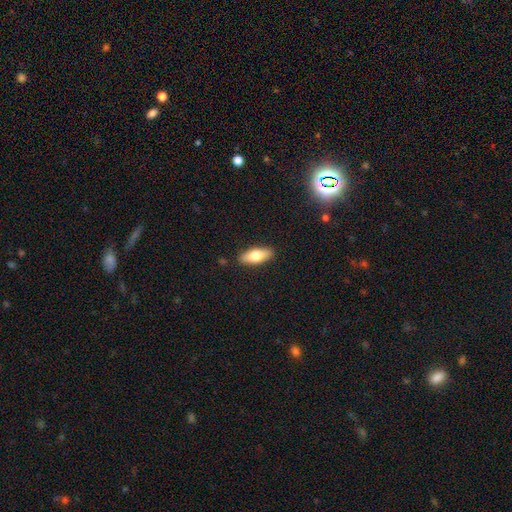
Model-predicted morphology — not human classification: Smooth or featured? Predicted: smooth (p=0.72). How rounded? Predicted: in between (p=0.74). Merging? Predicted: none (p=0.89).